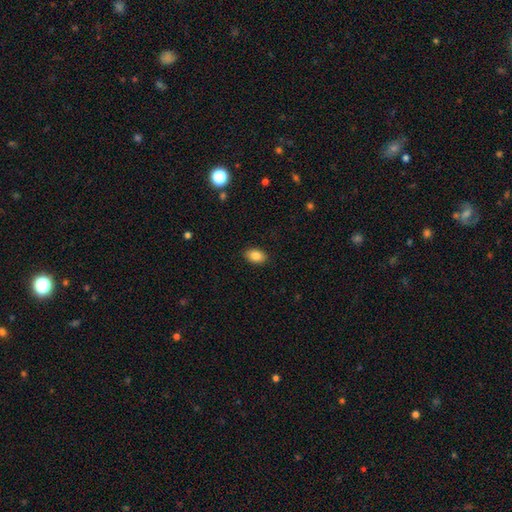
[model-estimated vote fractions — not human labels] Smooth or featured: smooth — 86% (star or artifact — 8%)
How rounded: in between — 84% (round — 15%)
Merging: none — 88% (minor disturbance — 9%)